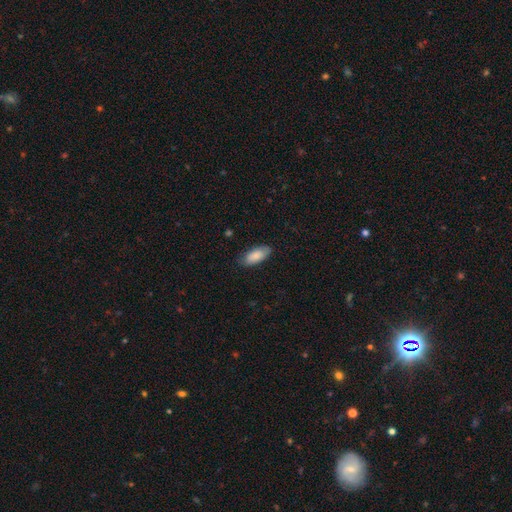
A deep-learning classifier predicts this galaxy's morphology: This is clearly a smooth galaxy (84%). How rounded: clearly in between (86%). Merging: clearly none (82%).